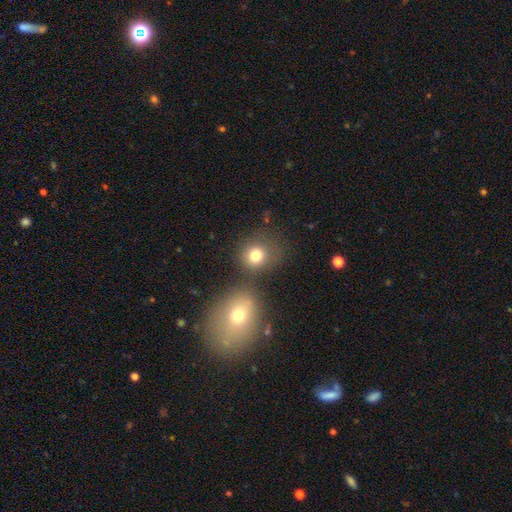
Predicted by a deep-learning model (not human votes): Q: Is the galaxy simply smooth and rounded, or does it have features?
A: smooth — 78%.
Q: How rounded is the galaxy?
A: round — 81%.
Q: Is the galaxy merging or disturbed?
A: none — 65%.